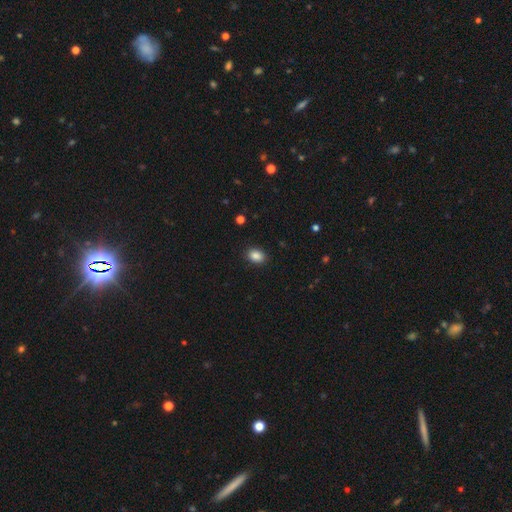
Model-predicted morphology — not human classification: A smooth galaxy with no disk features (87%) that is in between round and cigar-shaped (76%). Merging: none (89%).